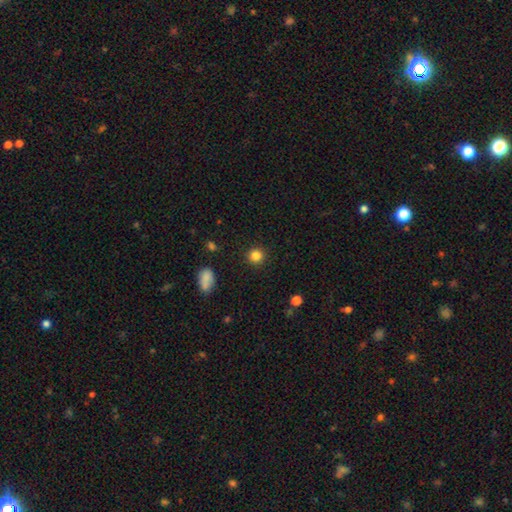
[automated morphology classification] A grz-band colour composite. It shows a smooth galaxy with no disk features (84%) that is round (92%). Merging: none (91%).